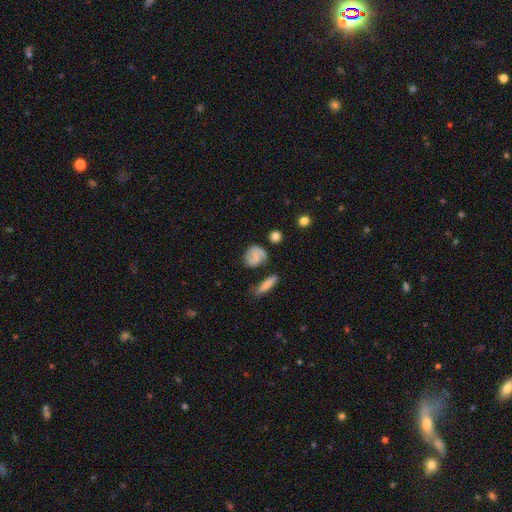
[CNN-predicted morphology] The model was most divided on "smooth or featured": smooth: 51%, featured or disk: 40%, star or artifact: 9%. More confident: how rounded — round (61%); merging — none (58%).